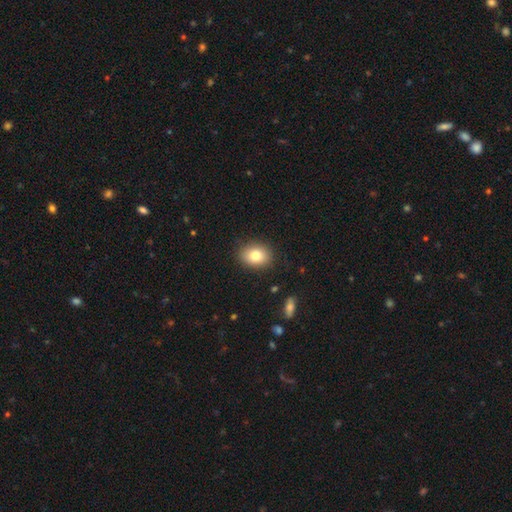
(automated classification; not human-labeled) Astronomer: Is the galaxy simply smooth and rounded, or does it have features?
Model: smooth — 80%.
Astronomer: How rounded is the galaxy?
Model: in between — 58% (runner-up: round, 41%).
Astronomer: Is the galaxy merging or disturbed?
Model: none — 88%.